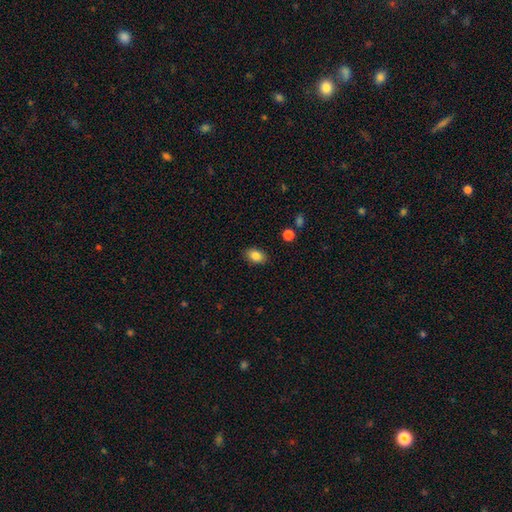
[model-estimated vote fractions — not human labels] A smooth galaxy with no disk features (85%) that is in between round and cigar-shaped (84%). Merging: none (87%).